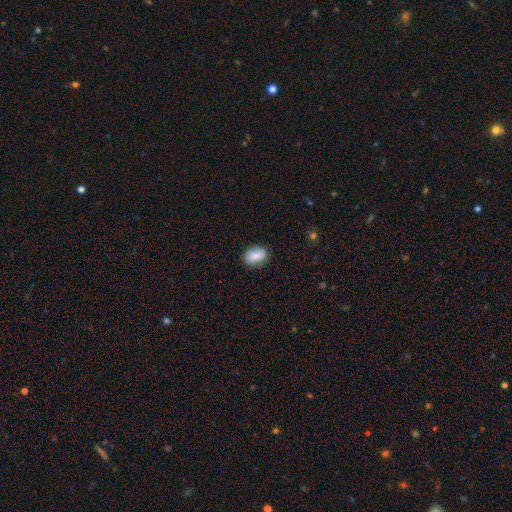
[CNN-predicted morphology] A smooth galaxy with no disk features (83%) that is in between round and cigar-shaped (79%). Merging: none (83%).